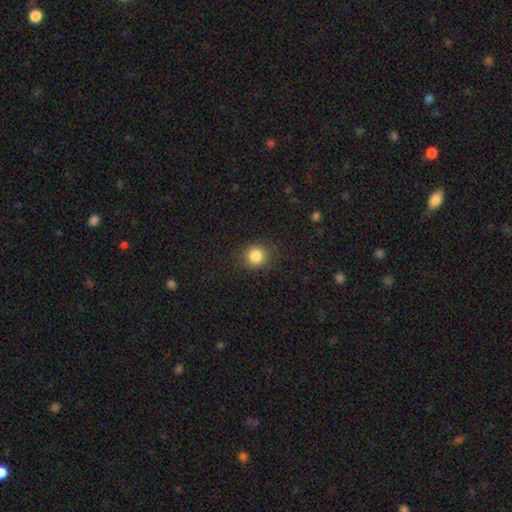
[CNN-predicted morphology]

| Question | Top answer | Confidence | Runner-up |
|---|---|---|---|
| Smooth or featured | smooth | 85% | star or artifact (11%) |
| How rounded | round | 88% | in between (11%) |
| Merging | none | 88% | minor disturbance (8%) |